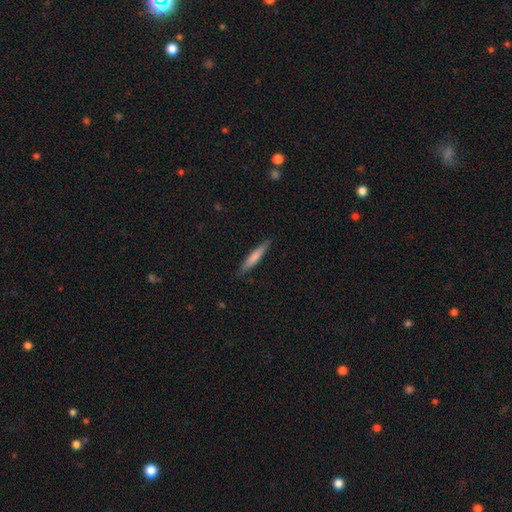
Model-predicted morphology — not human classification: This appears to be a smooth galaxy with no disk features (65%) that is cigar-shaped (93%). Merging: none (89%).